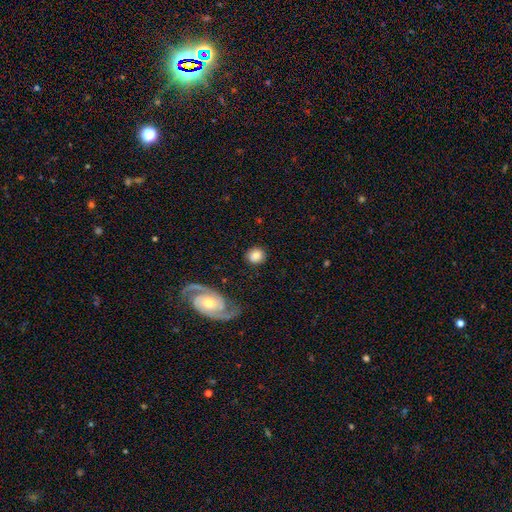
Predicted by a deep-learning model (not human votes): smooth 73%, featured or disk 19%, star or artifact 8%. Down the decision tree: how rounded — round (86%); merging — none (86%).